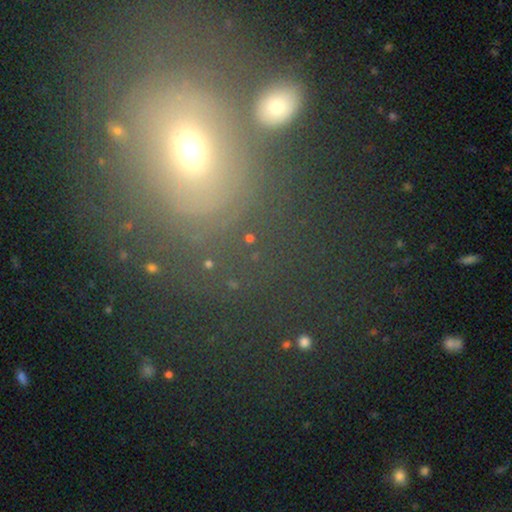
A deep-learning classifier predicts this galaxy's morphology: A smooth galaxy with no disk features (50%). Merging: none (60%).